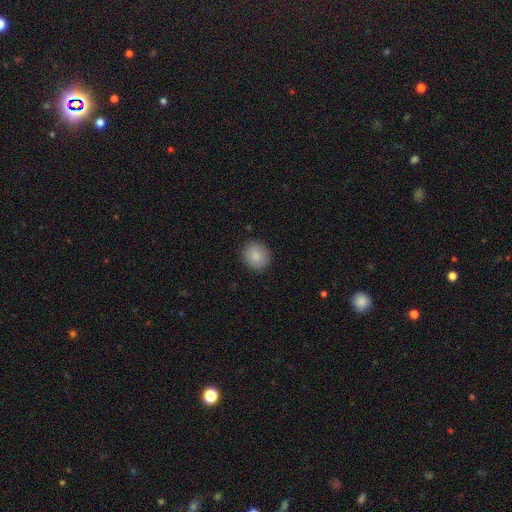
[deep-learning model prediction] Q: Smooth or featured?
A: smooth (87%); runner-up: star or artifact (8%)
Q: How rounded?
A: round (84%); runner-up: in between (15%)
Q: Merging?
A: none (89%); runner-up: minor disturbance (8%)